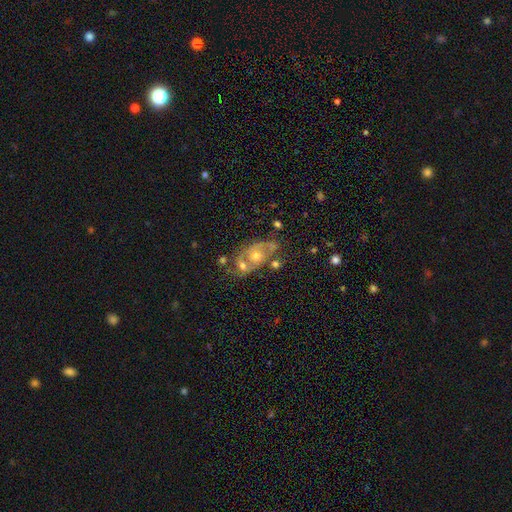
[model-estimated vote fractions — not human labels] Smooth or featured: featured or disk — 68% (smooth — 19%)
Edge-on disk: no — 95% (yes — 5%)
Bar: no — 77% (weak — 18%)
Spiral arms: yes — 70% (no — 30%)
Bulge size: moderate — 64% (small — 25%)
Merging: none — 53% (merger — 20%)